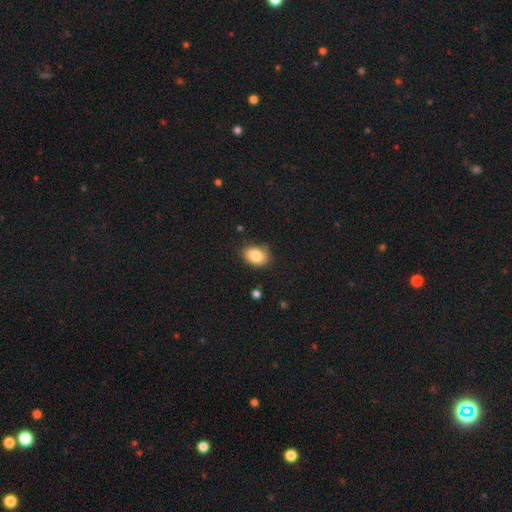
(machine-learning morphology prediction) Smooth or featured? Predicted: smooth (p=0.84). How rounded? Predicted: in between (p=0.77). Merging? Predicted: none (p=0.81).